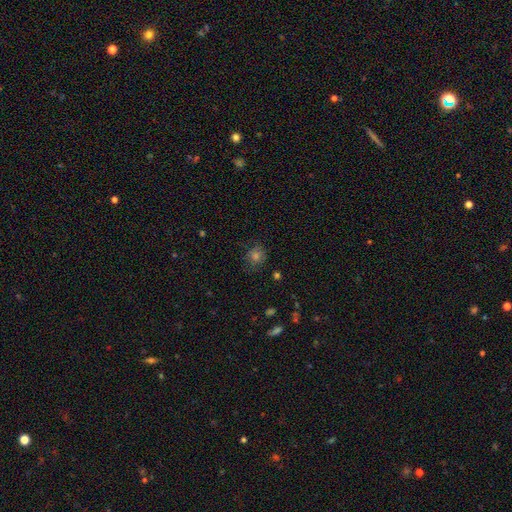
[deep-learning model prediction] Smooth or featured: smooth — 60% (star or artifact — 25%)
How rounded: round — 84% (in between — 15%)
Merging: none — 78% (minor disturbance — 15%)